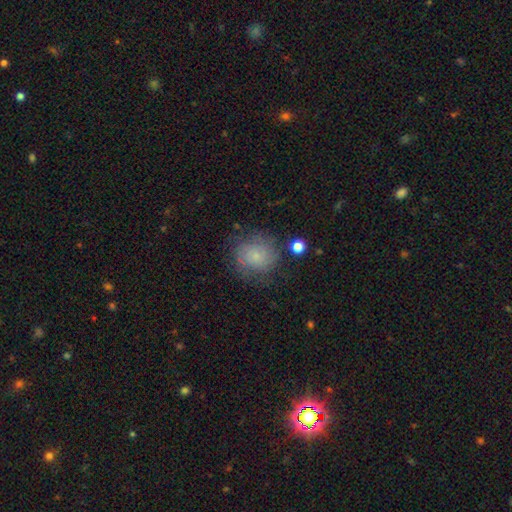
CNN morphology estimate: A smooth galaxy with no disk features (64%) that is round (83%). Merging: none (69%).